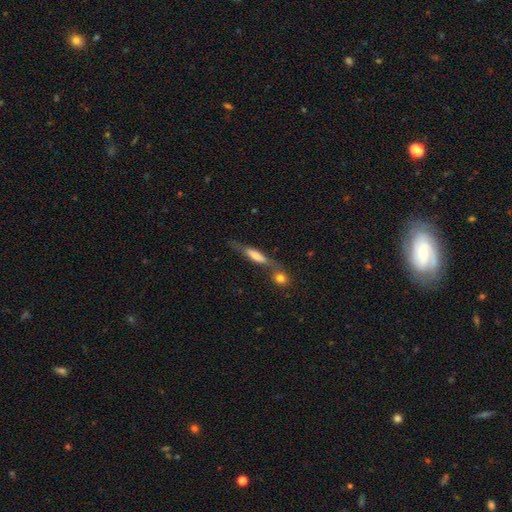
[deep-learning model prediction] Smooth or featured? Predicted: smooth (p=0.45, tied with featured or disk). Merging? Predicted: none (p=0.50).